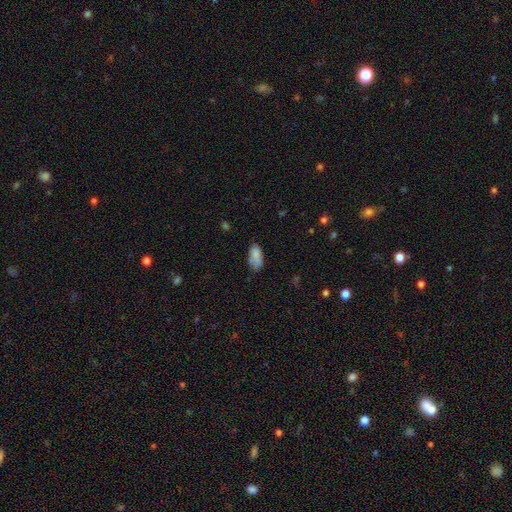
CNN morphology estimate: Q: Smooth or featured?
A: smooth (82%); runner-up: featured or disk (10%)
Q: How rounded?
A: in between (91%); runner-up: cigar-shaped (7%)
Q: Merging?
A: none (60%); runner-up: minor disturbance (30%)